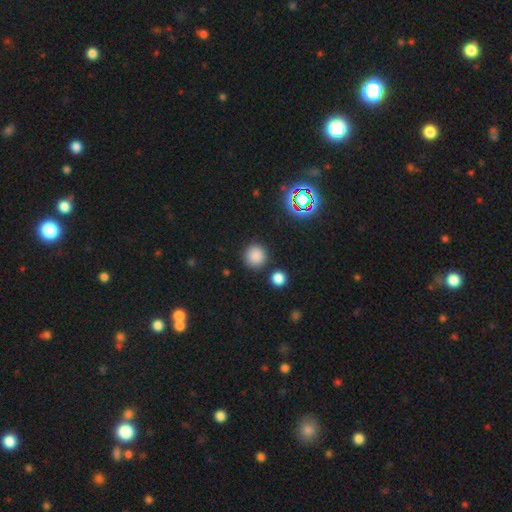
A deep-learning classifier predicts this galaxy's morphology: This is clearly a smooth galaxy (82%). How rounded: clearly round (94%). Merging: clearly none (87%).